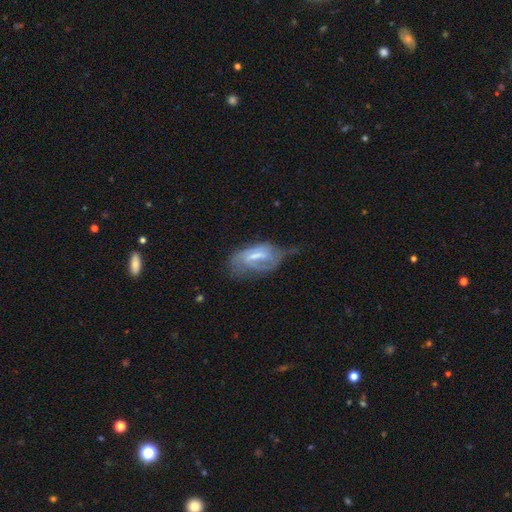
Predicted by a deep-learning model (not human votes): Q: Smooth or featured?
A: featured or disk (62%); runner-up: smooth (30%)
Q: Edge-on disk?
A: no (92%); runner-up: yes (8%)
Q: Bar?
A: weak (48%); runner-up: strong (31%)
Q: Spiral arms?
A: yes (66%); runner-up: no (34%)
Q: Bulge size?
A: small (38%); tied with: moderate (38%)
Q: Merging?
A: major disturbance (35%); runner-up: minor disturbance (31%)